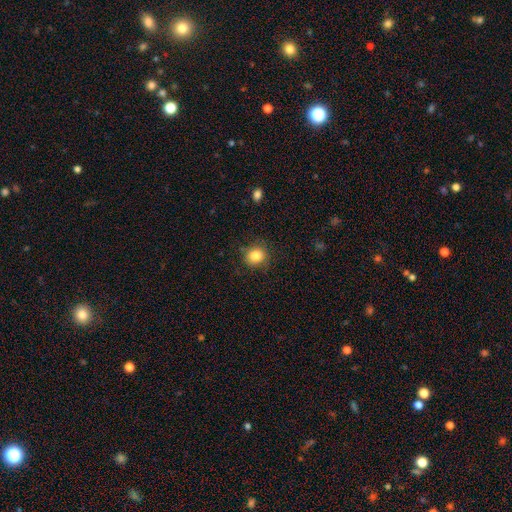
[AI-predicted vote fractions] smooth_or_featured: smooth (p=0.84) [alt: star or artifact p=0.10]
how_rounded: round (p=0.83) [alt: in between p=0.17]
merging: none (p=0.83) [alt: minor disturbance p=0.12]